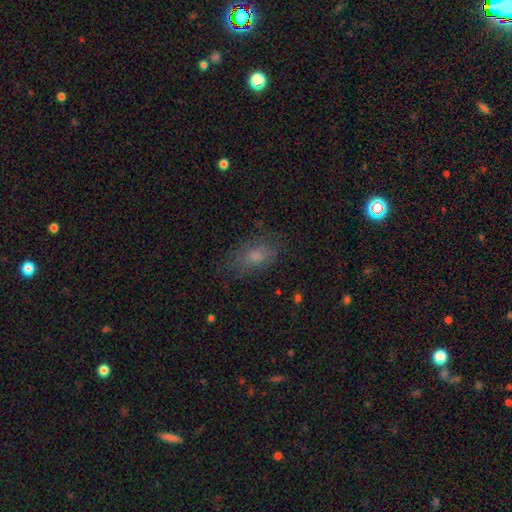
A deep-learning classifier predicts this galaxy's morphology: Q: Smooth or featured?
A: smooth (68%); runner-up: featured or disk (20%)
Q: How rounded?
A: in between (85%); runner-up: round (9%)
Q: Merging?
A: none (72%); runner-up: minor disturbance (19%)